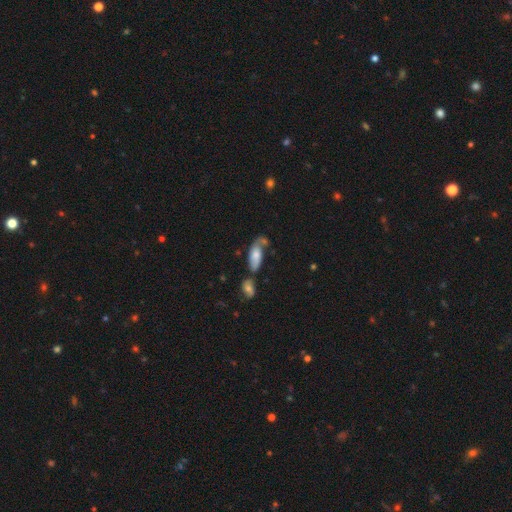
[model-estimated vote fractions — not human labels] A smooth galaxy with no disk features (58%) that is in between round and cigar-shaped (81%). Merging: none (36%).